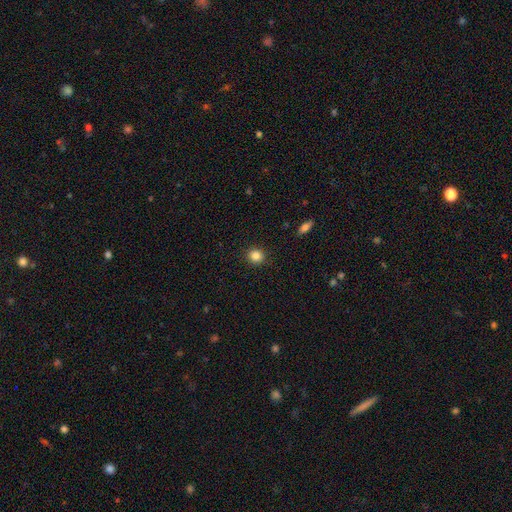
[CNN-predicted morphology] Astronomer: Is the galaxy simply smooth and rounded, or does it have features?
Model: smooth — 85%.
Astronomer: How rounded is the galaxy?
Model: round — 86%.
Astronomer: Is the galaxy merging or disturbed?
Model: none — 90%.